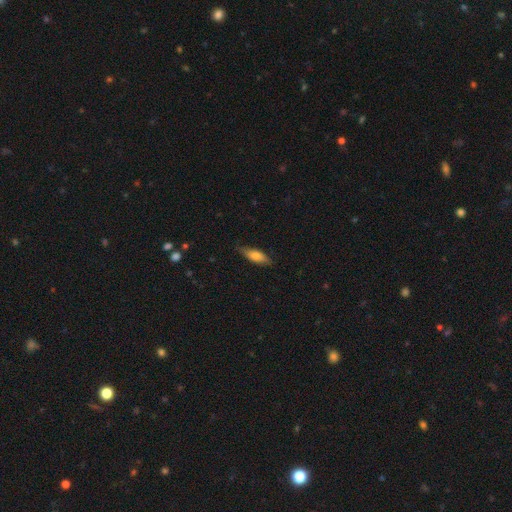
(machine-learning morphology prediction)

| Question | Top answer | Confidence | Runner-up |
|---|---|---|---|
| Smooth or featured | smooth | 69% | featured or disk (25%) |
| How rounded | in between | 61% | cigar-shaped (36%) |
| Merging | none | 78% | minor disturbance (18%) |